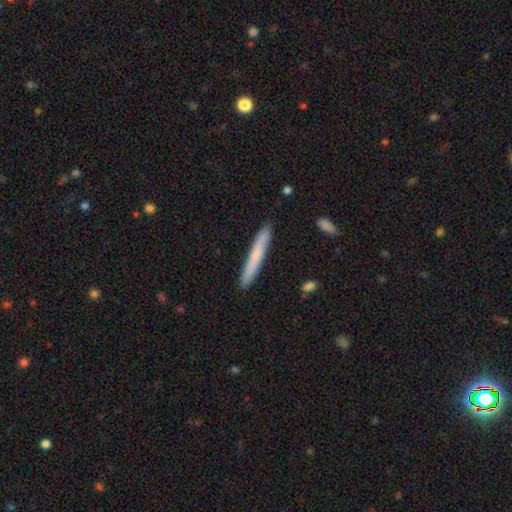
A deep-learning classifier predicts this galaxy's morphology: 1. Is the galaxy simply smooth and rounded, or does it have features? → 70% smooth, 24% featured or disk, 6% star or artifact.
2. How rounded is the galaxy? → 97% cigar-shaped, 2% in between, 1% round.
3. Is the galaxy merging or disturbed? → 90% none, 7% minor disturbance, 1% major disturbance, 1% merger.